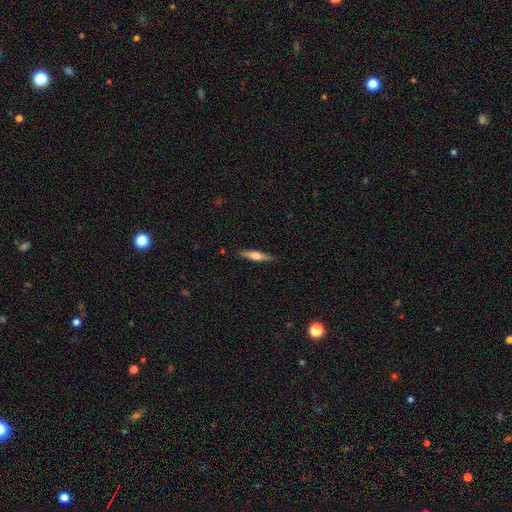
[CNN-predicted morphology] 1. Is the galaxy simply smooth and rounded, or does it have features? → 59% featured or disk, 35% smooth, 6% star or artifact.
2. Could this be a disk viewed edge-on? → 97% yes, 3% no.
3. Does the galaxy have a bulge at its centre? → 89% rounded, 7% boxy, 4% none.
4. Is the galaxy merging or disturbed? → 89% none, 8% minor disturbance, 2% major disturbance, 1% merger.